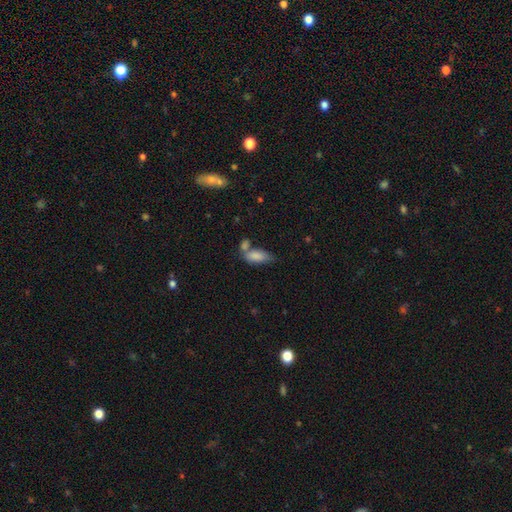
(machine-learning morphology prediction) Overall: smooth (82%). How rounded: in between (83%). Merging: none (38%; merger 37%).